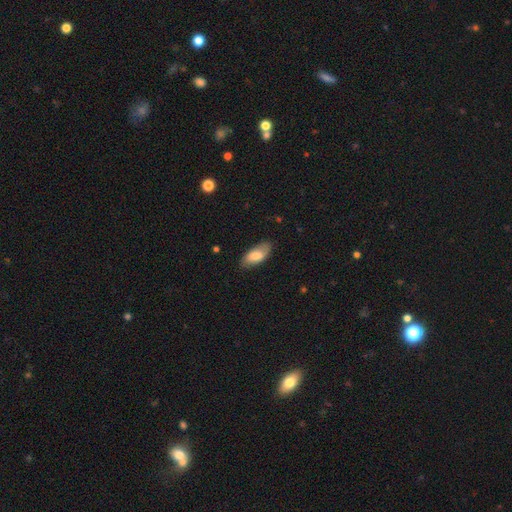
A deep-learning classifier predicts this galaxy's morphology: smooth_or_featured: smooth (p=0.74) [alt: featured or disk p=0.20]
how_rounded: in between (p=0.88) [alt: cigar-shaped p=0.10]
merging: none (p=0.80) [alt: minor disturbance p=0.15]